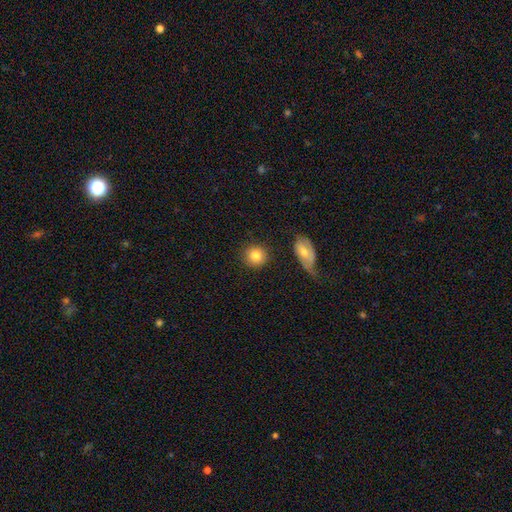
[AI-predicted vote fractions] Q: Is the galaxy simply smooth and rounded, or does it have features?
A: smooth — 83%.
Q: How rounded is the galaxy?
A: round — 88%.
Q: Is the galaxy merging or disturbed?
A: none — 81%.